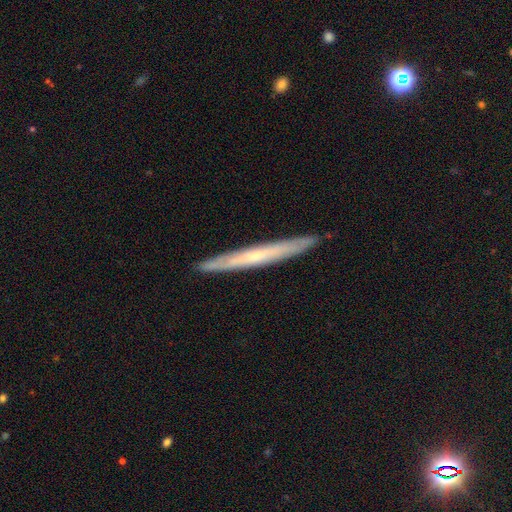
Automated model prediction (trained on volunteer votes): Morphology: type=featured or disk (57%); edge-on=yes (92%); edge-on bulge=none (67%); merging=none (90%).